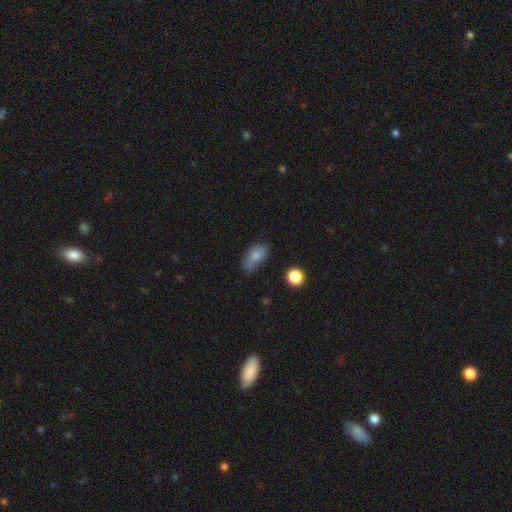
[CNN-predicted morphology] A smooth galaxy with no disk features (75%) that is in between round and cigar-shaped (89%). Merging: none (51%).